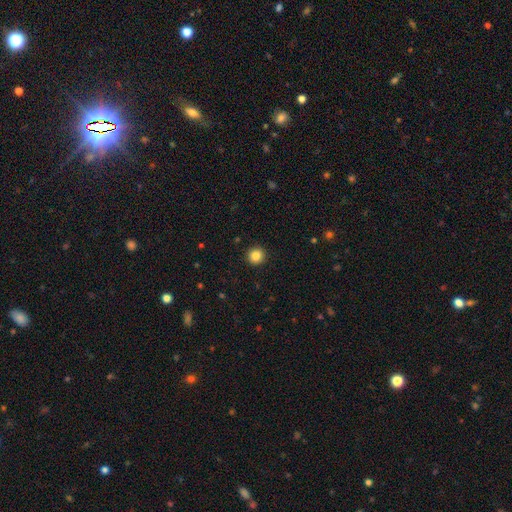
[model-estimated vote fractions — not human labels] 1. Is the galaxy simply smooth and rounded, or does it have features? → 85% smooth, 10% star or artifact, 5% featured or disk.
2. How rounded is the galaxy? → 95% round, 4% in between, 1% cigar-shaped.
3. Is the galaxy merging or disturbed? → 93% none, 5% minor disturbance, 2% major disturbance, 1% merger.